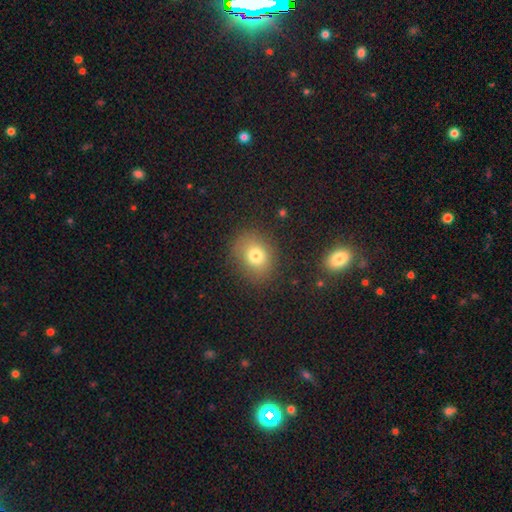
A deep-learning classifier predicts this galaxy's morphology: type=smooth (76%); roundness=round (58%); merging=none (82%).